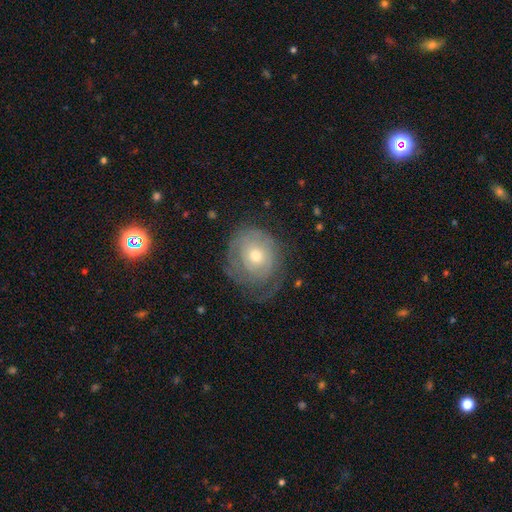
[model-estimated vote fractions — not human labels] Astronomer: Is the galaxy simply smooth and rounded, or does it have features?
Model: featured or disk — 64%.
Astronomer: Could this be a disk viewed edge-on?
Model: no — 96%.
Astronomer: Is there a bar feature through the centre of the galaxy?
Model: no — 83%.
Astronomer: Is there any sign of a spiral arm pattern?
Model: yes — 75%.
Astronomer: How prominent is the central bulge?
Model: moderate — 57% (runner-up: small, 38%).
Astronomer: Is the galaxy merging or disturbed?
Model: none — 61%.